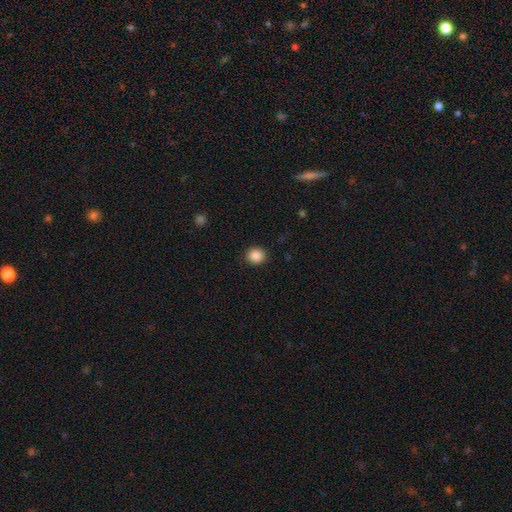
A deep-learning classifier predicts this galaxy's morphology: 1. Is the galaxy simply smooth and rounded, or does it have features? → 88% smooth, 9% star or artifact, 3% featured or disk.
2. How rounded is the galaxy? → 78% round, 21% in between, 1% cigar-shaped.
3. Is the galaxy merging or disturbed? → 90% none, 7% minor disturbance, 2% major disturbance, 1% merger.